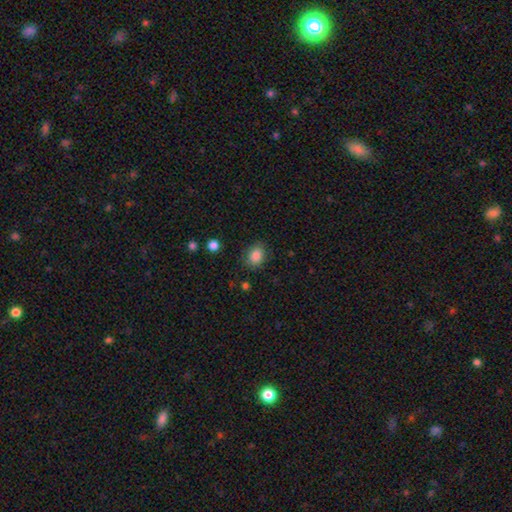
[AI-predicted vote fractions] The model was most divided on "how rounded": in between: 58%, round: 41%, cigar-shaped: 1%. More confident: smooth or featured — smooth (86%); merging — none (81%).